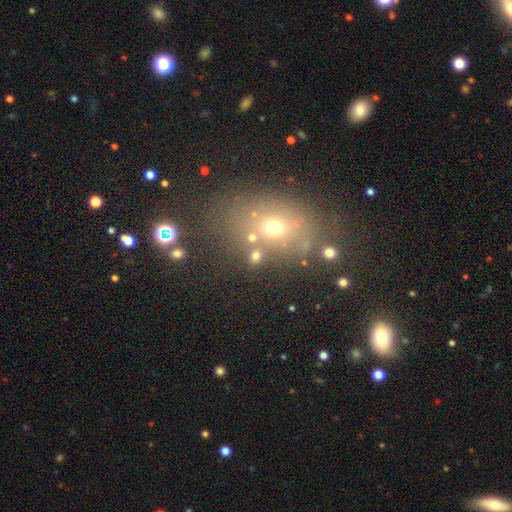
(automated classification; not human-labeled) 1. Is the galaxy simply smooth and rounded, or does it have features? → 62% smooth, 24% star or artifact, 14% featured or disk.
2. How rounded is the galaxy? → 53% round, 44% in between, 3% cigar-shaped.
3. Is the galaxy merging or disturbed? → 68% none, 14% merger, 12% minor disturbance, 7% major disturbance.